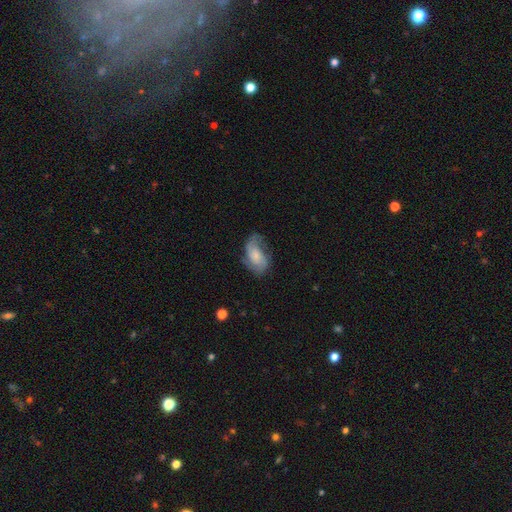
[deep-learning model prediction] smooth-or-featured: featured or disk: 62% | smooth: 30% | star or artifact: 7%
  disk-edge-on: no: 96% | yes: 4%
    bar: no: 65% | weak: 29% | strong: 6%
    has-spiral-arms: yes: 89% | no: 11%
      spiral-winding: medium: 45% | tight: 28% | loose: 27%
      spiral-arm-count: 2: 69% | can't tell: 15% | 3: 7% | 1: 5% | 4: 2% | more than 4: 2%
    bulge-size: small: 45% | moderate: 27% | none: 17% | large: 9% | dominant: 2%
  merging: none: 58% | minor disturbance: 25% | major disturbance: 15% | merger: 2%